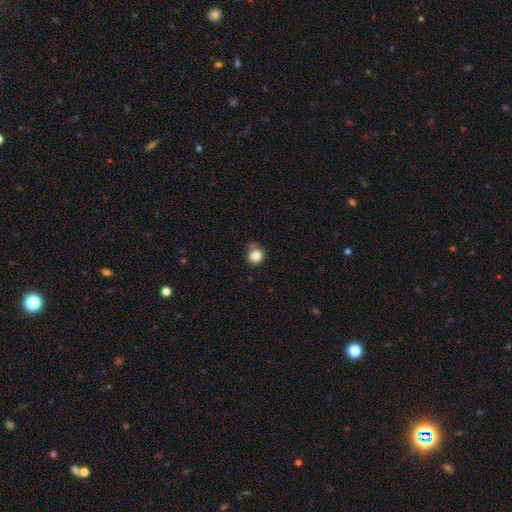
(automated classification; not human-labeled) Smooth or featured? smooth (84%)
How rounded? round (87%)
Merging? none (65%)